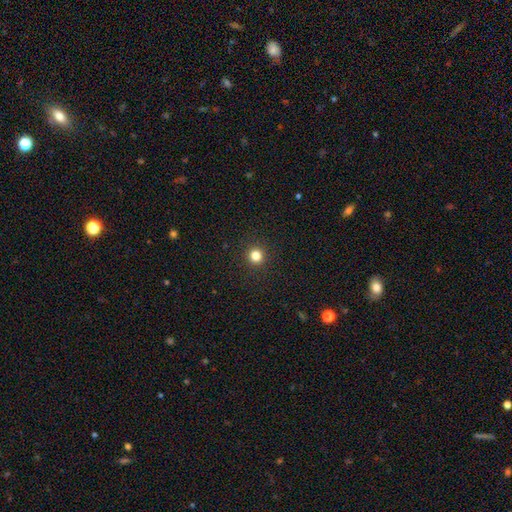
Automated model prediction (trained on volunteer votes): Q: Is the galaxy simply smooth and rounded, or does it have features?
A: smooth — 82%.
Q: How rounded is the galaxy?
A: round — 94%.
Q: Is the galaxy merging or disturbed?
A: none — 92%.